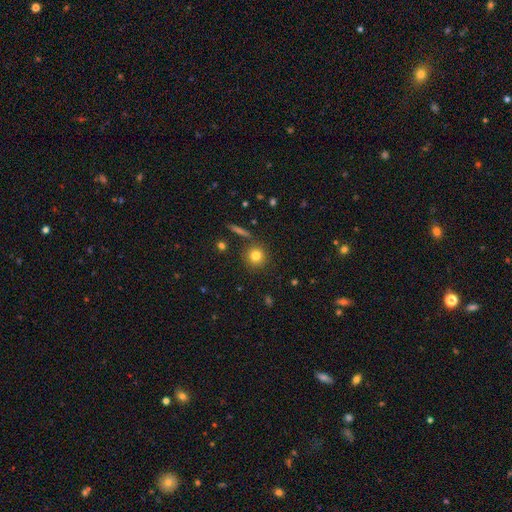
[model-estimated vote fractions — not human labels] smooth 80%, star or artifact 12%, featured or disk 8%. Down the decision tree: how rounded — round (92%); merging — none (85%).